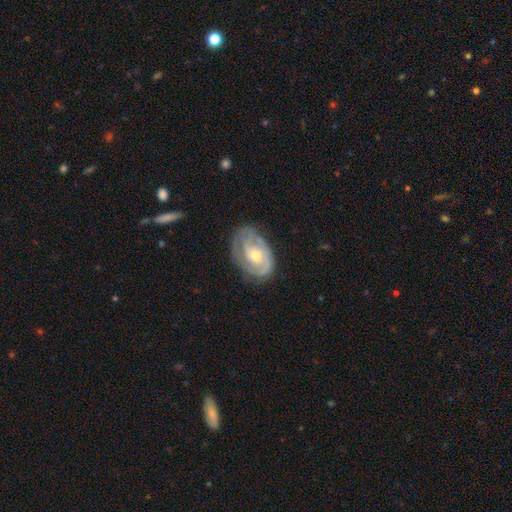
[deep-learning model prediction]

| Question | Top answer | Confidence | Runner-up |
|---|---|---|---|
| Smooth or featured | featured or disk | 76% | smooth (19%) |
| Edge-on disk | no | 96% | yes (4%) |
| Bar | no | 69% | weak (27%) |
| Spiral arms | yes | 89% | no (11%) |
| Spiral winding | tight | 54% | medium (35%) |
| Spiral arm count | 2 | 47% | can't tell (28%) |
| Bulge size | moderate | 56% | small (39%) |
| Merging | none | 67% | minor disturbance (23%) |